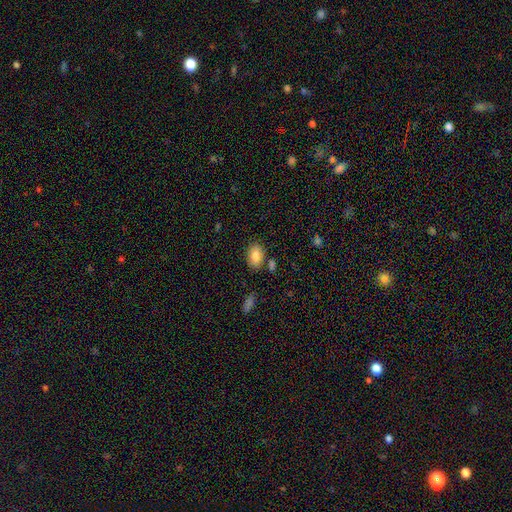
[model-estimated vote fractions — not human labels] smooth-or-featured: smooth: 84% | star or artifact: 8% | featured or disk: 8%
  how-rounded: in between: 87% | round: 12% | cigar-shaped: 2%
  merging: none: 78% | minor disturbance: 12% | merger: 7% | major disturbance: 3%